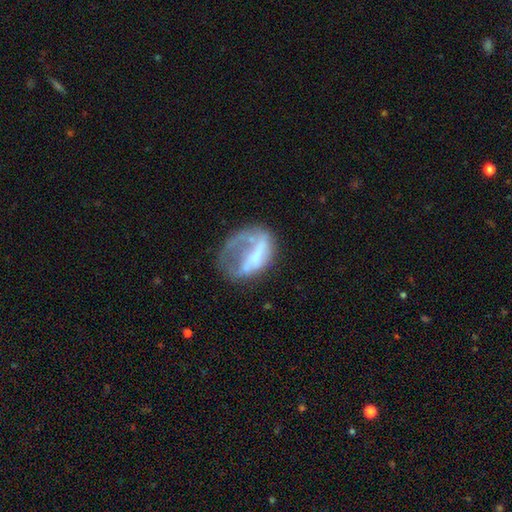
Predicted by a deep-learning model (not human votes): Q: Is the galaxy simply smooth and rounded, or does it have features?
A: featured or disk — 53%.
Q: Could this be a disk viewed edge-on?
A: no — 96%.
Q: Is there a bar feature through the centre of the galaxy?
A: no — 58%.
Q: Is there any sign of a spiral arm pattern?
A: no — 73%.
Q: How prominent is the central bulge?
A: none — 54%.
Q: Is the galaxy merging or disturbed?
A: major disturbance — 44%.